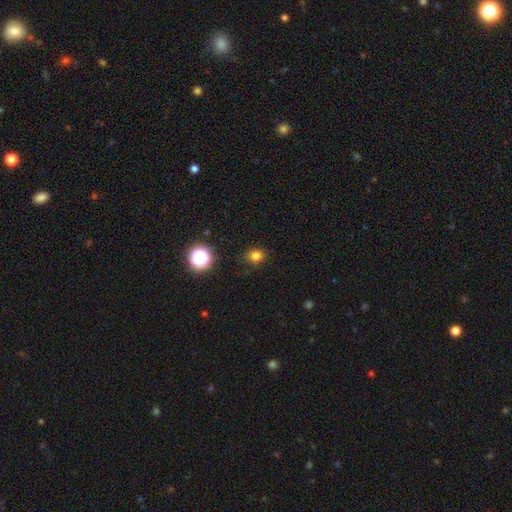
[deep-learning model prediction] smooth 78%, star or artifact 16%, featured or disk 5%. Down the decision tree: how rounded — round (67%); merging — none (84%).